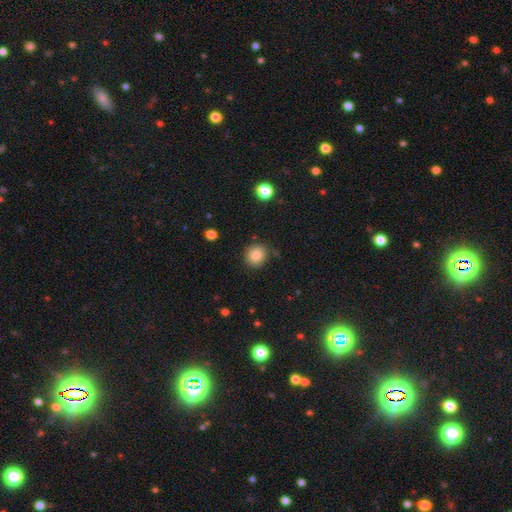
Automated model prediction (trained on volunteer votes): The model was most divided on "how rounded": round: 84%, in between: 15%, cigar-shaped: 1%. More confident: merging — none (84%); smooth or featured — smooth (83%).